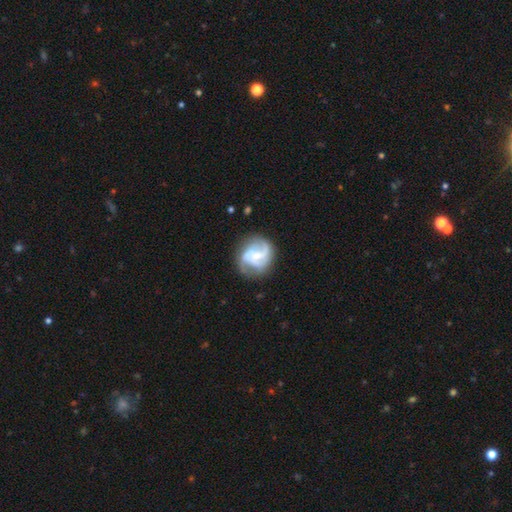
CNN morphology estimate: A featured or disk galaxy (85%) with no bar (44%), 3 (46%) medium (51%) spiral arms (96%) and a small central bulge (58%). Merging: none (71%).